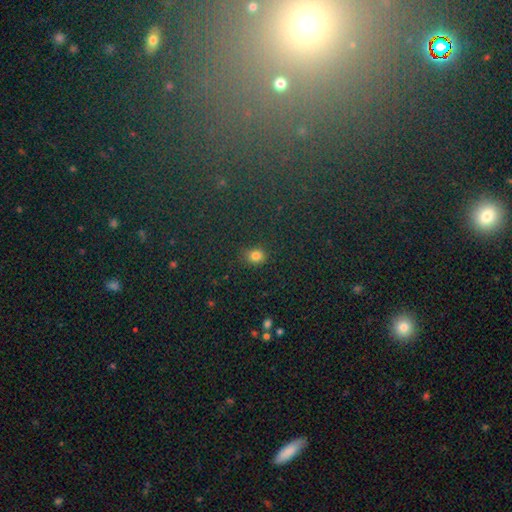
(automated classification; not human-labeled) A smooth galaxy with no disk features (79%) that is round (58%). Merging: none (81%).